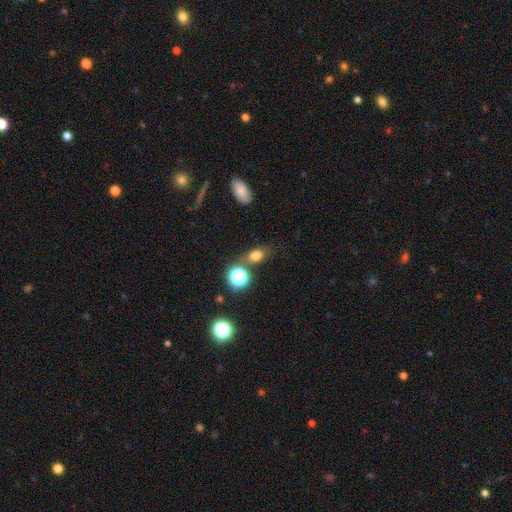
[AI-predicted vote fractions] smooth_or_featured: smooth (p=0.71) [alt: star or artifact p=0.19]
how_rounded: in between (p=0.65) [alt: round p=0.31]
merging: none (p=0.66) [alt: minor disturbance p=0.15]